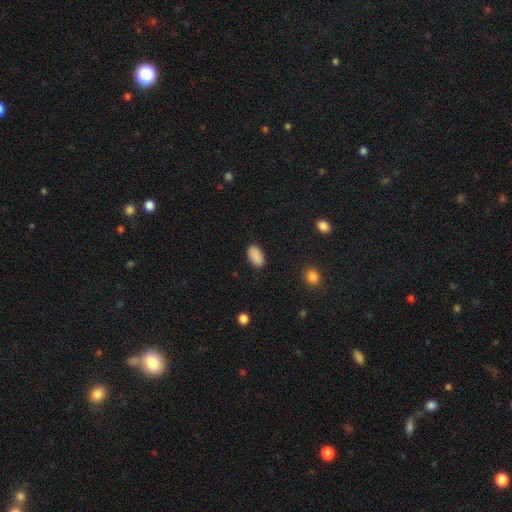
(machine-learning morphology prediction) A smooth galaxy with no disk features (89%) that is in between round and cigar-shaped (94%). Merging: none (87%).